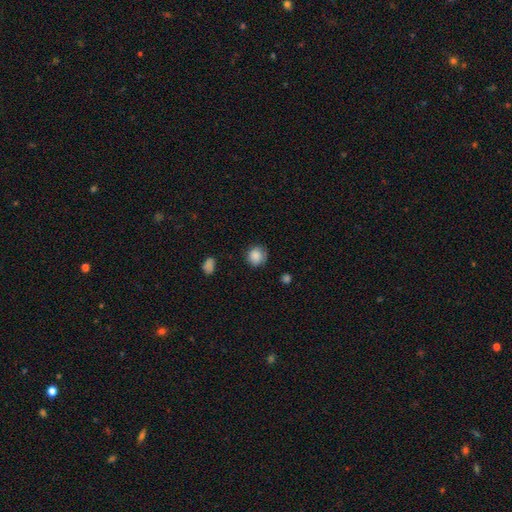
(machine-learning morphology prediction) Smooth or featured?
  - smooth: 87% *
  - star or artifact: 9%
  - featured or disk: 4%
How rounded?
  - round: 87% *
  - in between: 12%
  - cigar-shaped: 1%
Merging?
  - none: 78% *
  - minor disturbance: 17%
  - major disturbance: 4%
  - merger: 2%